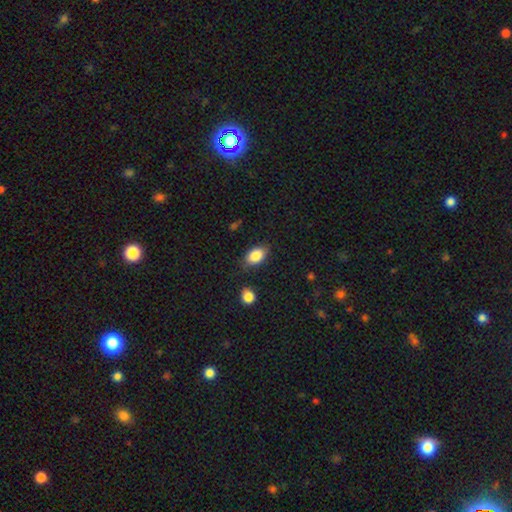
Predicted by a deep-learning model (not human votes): The model was most divided on "merging": none: 78%, minor disturbance: 15%, major disturbance: 3%, merger: 3%. More confident: how rounded — in between (88%); smooth or featured — smooth (85%).